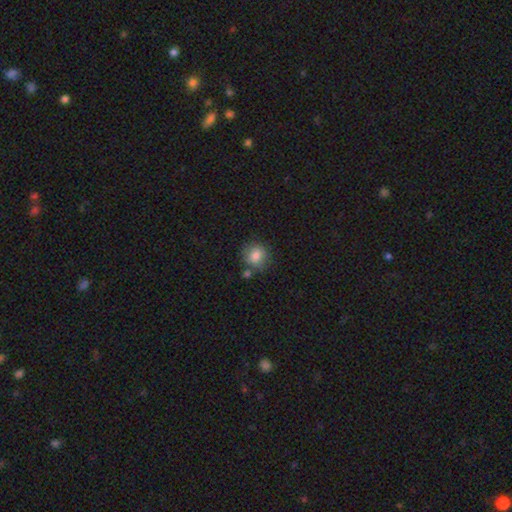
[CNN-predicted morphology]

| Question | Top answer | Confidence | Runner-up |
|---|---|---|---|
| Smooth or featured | smooth | 83% | star or artifact (9%) |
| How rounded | round | 84% | in between (15%) |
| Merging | none | 72% | minor disturbance (13%) |